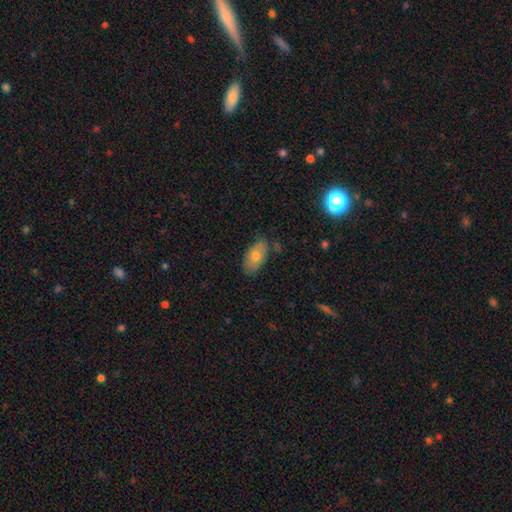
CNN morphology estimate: smooth 67%, featured or disk 24%, star or artifact 9%. Down the decision tree: how rounded — in between (91%); merging — none (75%).